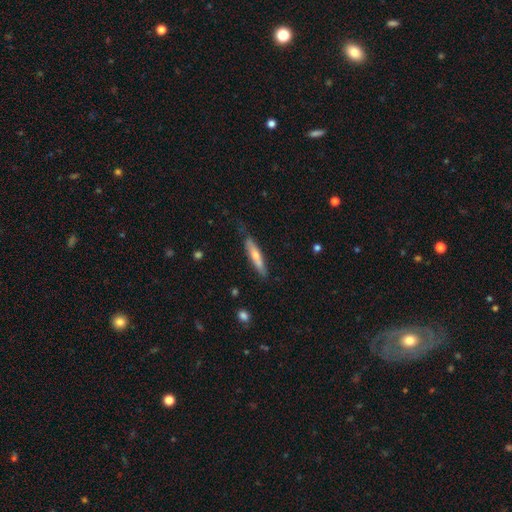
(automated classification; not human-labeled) Q: Smooth or featured?
A: smooth (59%); runner-up: featured or disk (36%)
Q: How rounded?
A: cigar-shaped (83%); runner-up: in between (15%)
Q: Merging?
A: none (72%); runner-up: minor disturbance (21%)